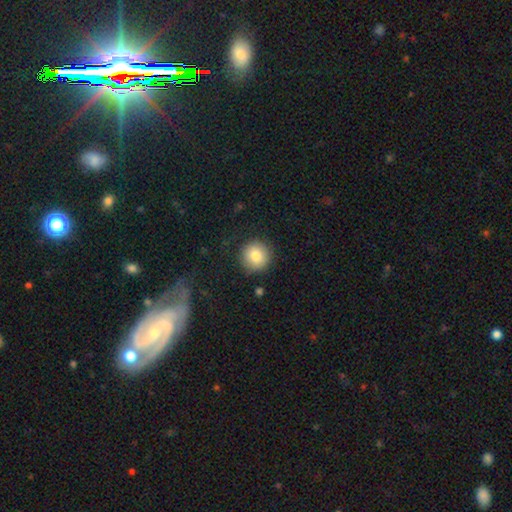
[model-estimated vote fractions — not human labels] This appears to be a smooth galaxy with no disk features (81%) that is round (94%). Merging: none (88%).